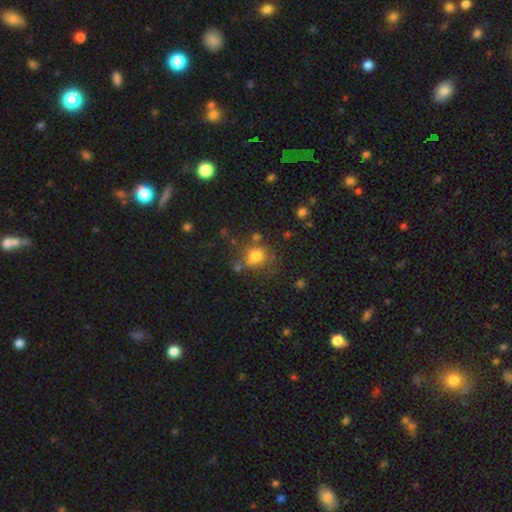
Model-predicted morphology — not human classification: smooth-or-featured: smooth: 74% | star or artifact: 15% | featured or disk: 10%
  how-rounded: round: 82% | in between: 17% | cigar-shaped: 1%
  merging: none: 63% | minor disturbance: 16% | merger: 13% | major disturbance: 8%